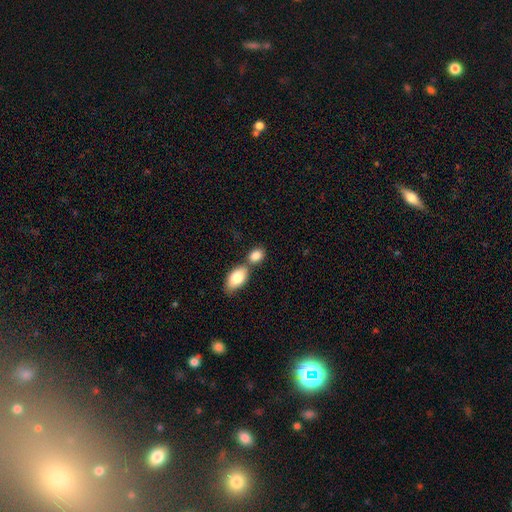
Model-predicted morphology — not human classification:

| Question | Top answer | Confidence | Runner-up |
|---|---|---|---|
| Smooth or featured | smooth | 85% | featured or disk (8%) |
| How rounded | in between | 77% | round (20%) |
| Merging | merger | 47% | none (41%) |